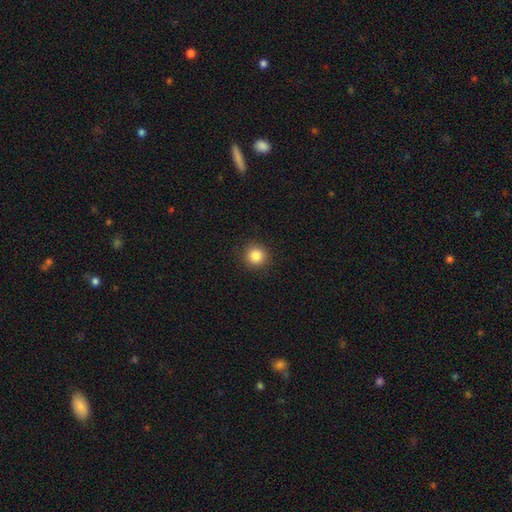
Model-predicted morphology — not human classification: This appears to be a smooth galaxy with no disk features (85%) that is round (93%). Merging: none (91%).